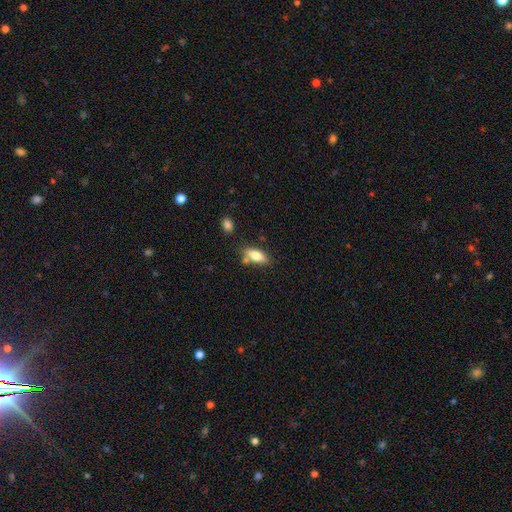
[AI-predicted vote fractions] Smooth or featured? smooth (77%)
How rounded? in between (80%)
Merging? none (69%)